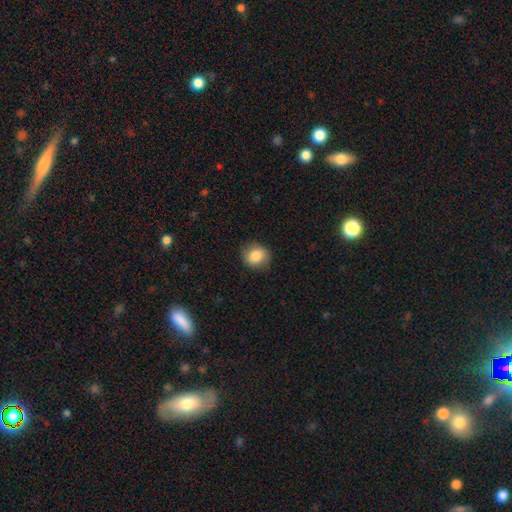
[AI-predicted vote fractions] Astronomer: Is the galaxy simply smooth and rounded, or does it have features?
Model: smooth — 85%.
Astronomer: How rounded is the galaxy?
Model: round — 74%.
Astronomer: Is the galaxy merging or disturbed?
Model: none — 83%.